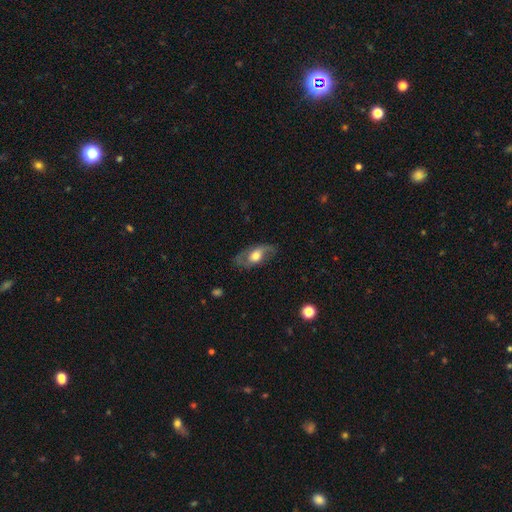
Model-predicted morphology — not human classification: A featured or disk galaxy (57%).

Vote fractions:
- Smooth or featured? featured or disk: 57% / smooth: 36% / star or artifact: 7%
- Edge-on disk? no: 85% / yes: 15%
- Merging? none: 72% / minor disturbance: 18% / major disturbance: 9% / merger: 1%